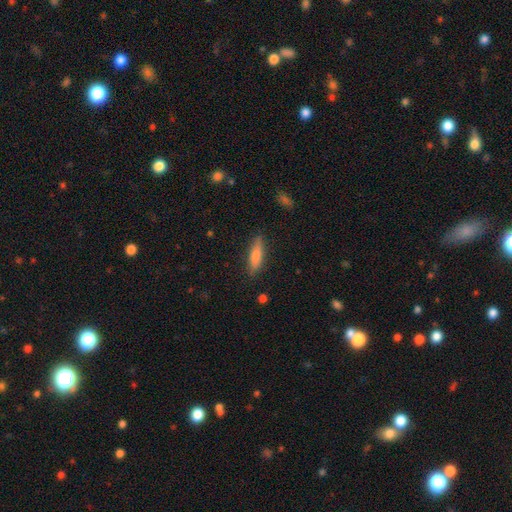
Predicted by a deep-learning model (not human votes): Smooth or featured? smooth (69%)
How rounded? cigar-shaped (67%)
Merging? none (85%)